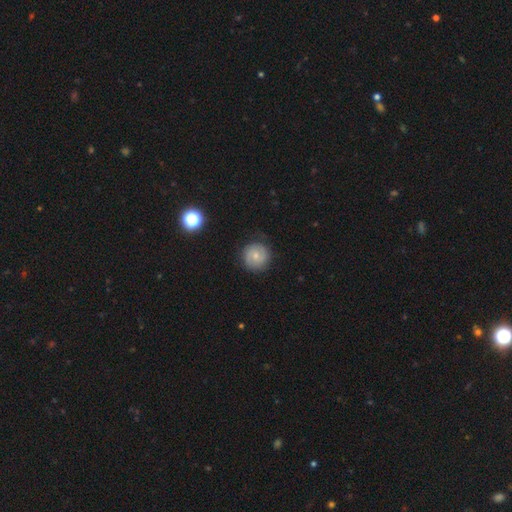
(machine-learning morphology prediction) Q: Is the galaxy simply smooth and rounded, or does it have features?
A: featured or disk — 47%.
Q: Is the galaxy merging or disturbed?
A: none — 83%.